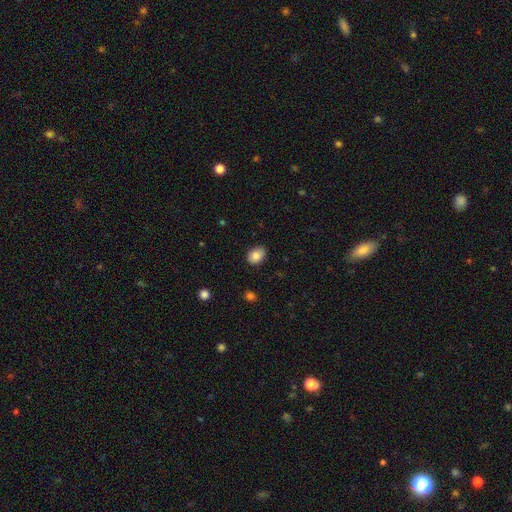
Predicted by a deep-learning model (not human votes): Smooth or featured: smooth — 81% (featured or disk — 10%)
How rounded: in between — 64% (round — 35%)
Merging: none — 86% (minor disturbance — 11%)